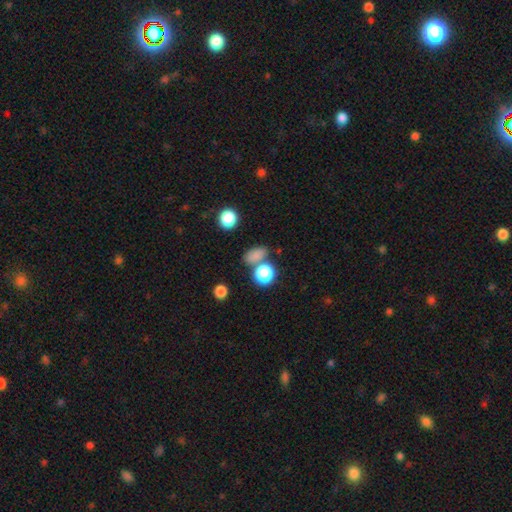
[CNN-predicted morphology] type=smooth (78%); roundness=in between (65%); merging=none (66%).